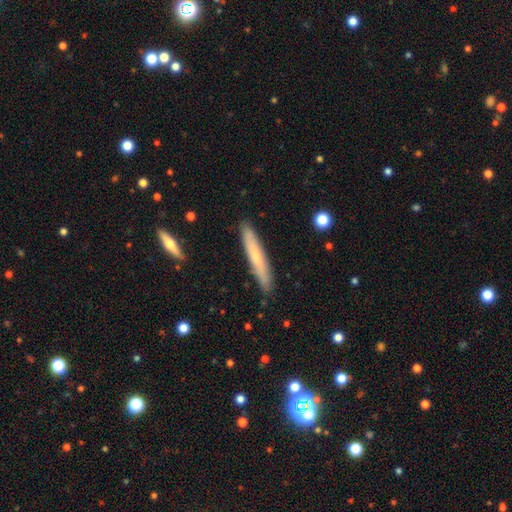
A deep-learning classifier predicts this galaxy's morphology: A smooth galaxy with no disk features (57%) that is cigar-shaped (93%). Merging: none (87%).